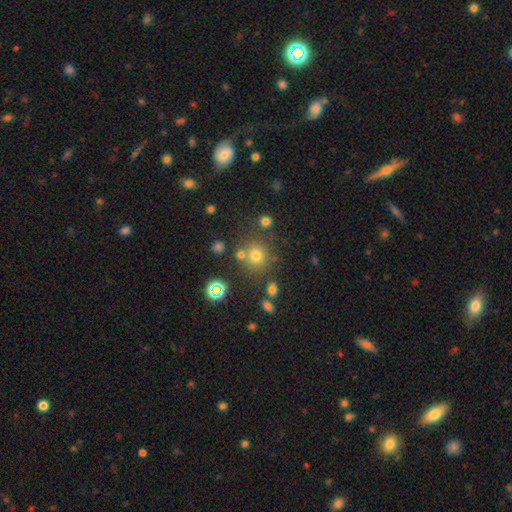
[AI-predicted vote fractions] Morphology: type=smooth (70%); roundness=round (90%); merging=none (73%).